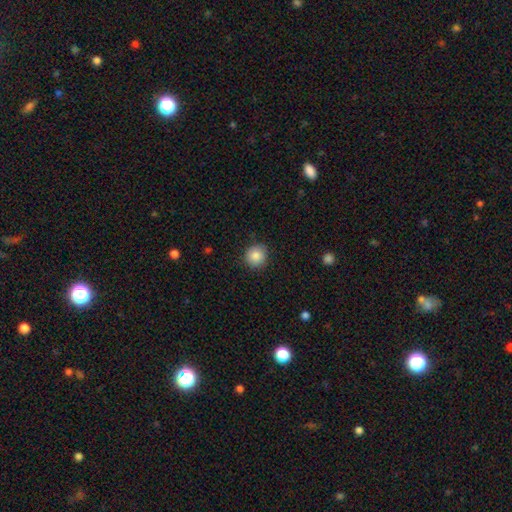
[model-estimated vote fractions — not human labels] smooth_or_featured: smooth (p=0.86) [alt: star or artifact p=0.09]
how_rounded: round (p=0.91) [alt: in between p=0.08]
merging: none (p=0.87) [alt: minor disturbance p=0.09]